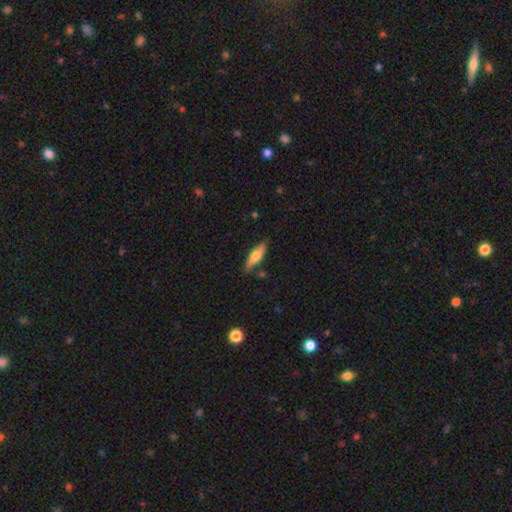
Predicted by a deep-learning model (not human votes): Morphology: type=smooth (60%); roundness=cigar-shaped (58%); merging=none (80%).